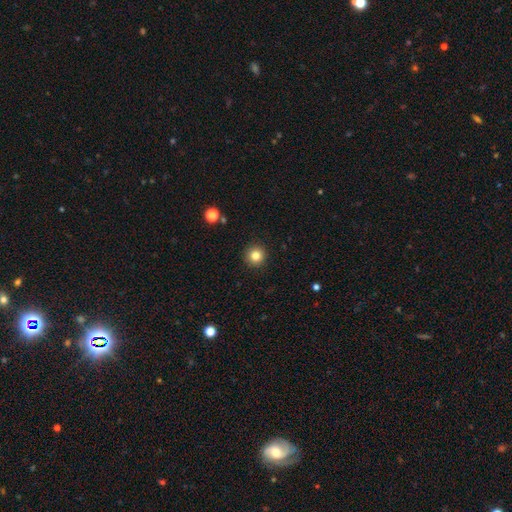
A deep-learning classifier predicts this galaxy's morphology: This appears to be a smooth galaxy with no disk features (82%) that is round (95%). Merging: none (92%).